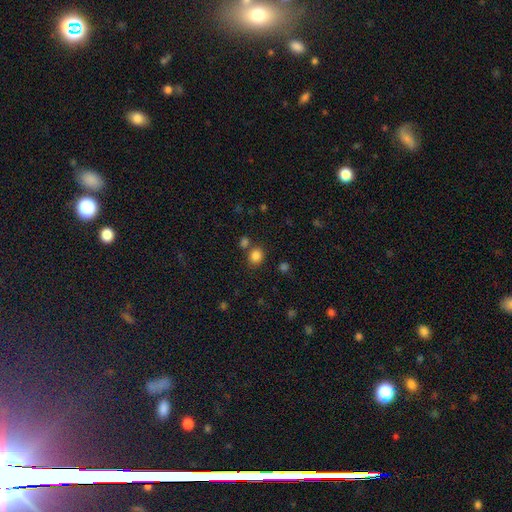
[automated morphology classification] type=smooth (84%); roundness=round (70%); merging=none (73%).